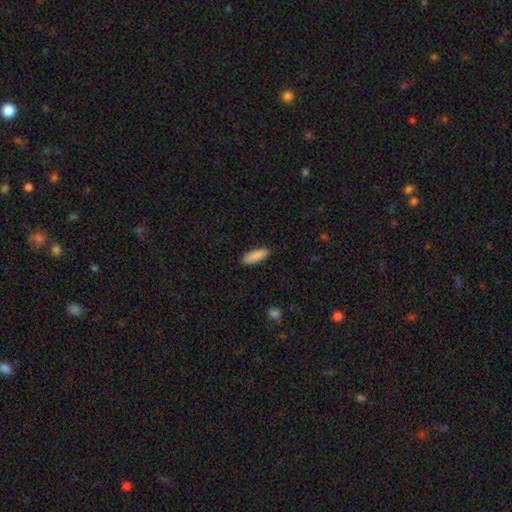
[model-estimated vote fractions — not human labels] smooth 89%, star or artifact 6%, featured or disk 5%. Down the decision tree: how rounded — in between (60%); merging — none (87%).